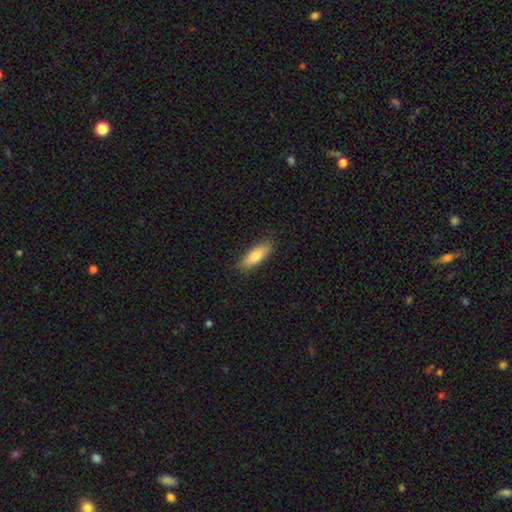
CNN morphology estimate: Smooth or featured: smooth — 78% (featured or disk — 16%)
How rounded: in between — 57% (cigar-shaped — 41%)
Merging: none — 87% (minor disturbance — 10%)